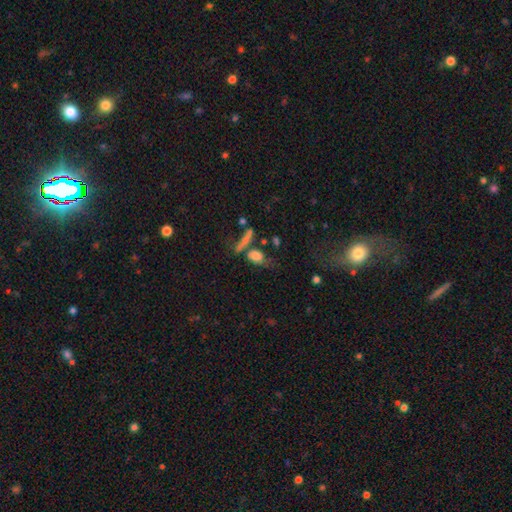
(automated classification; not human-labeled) A smooth galaxy with no disk features (69%) that is in between round and cigar-shaped (65%).

Vote fractions:
- Smooth or featured? smooth: 69% / featured or disk: 19% / star or artifact: 12%
- How rounded? in between: 65% / cigar-shaped: 20% / round: 15%
- Merging? none: 36% / merger: 29% / major disturbance: 18% / minor disturbance: 17%